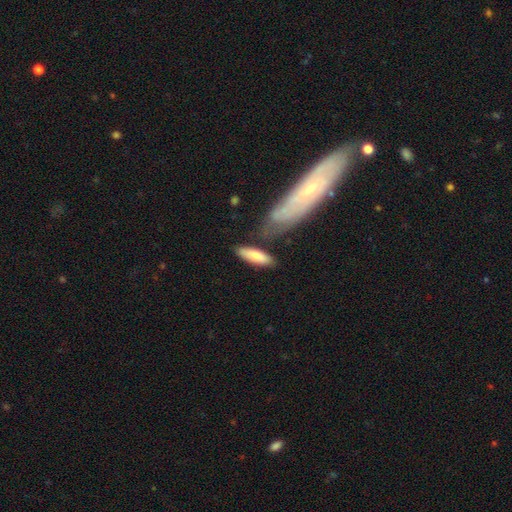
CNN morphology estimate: smooth 75%, featured or disk 19%, star or artifact 6%. Down the decision tree: how rounded — in between (52%); merging — none (69%).